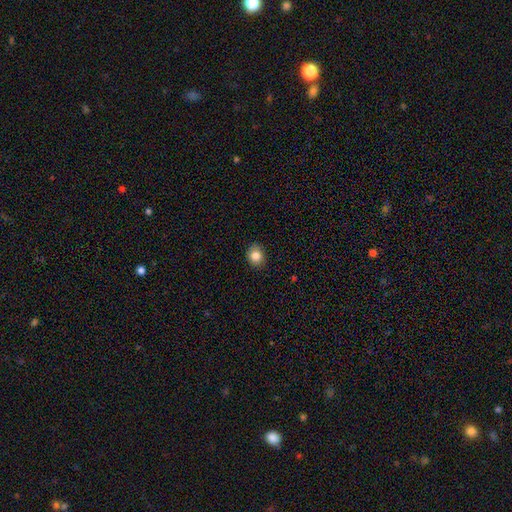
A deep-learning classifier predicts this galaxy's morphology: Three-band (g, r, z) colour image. It shows a smooth galaxy with no disk features (84%) that is round (60%). Merging: none (87%).